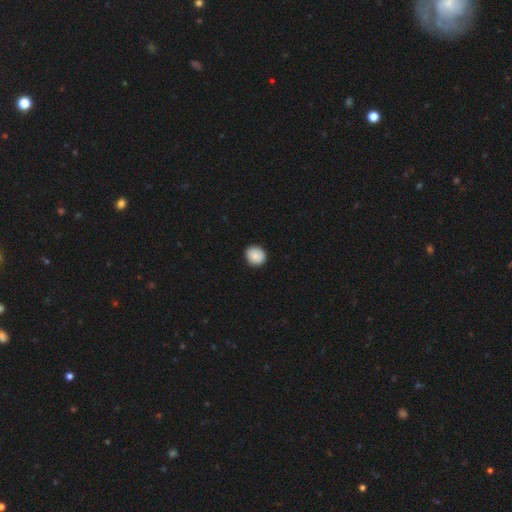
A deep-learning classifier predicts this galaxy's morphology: A smooth galaxy with no disk features (87%) that is round (83%).

Vote fractions:
- Smooth or featured? smooth: 87% / star or artifact: 7% / featured or disk: 6%
- How rounded? round: 83% / in between: 16% / cigar-shaped: 1%
- Merging? none: 89% / minor disturbance: 9% / major disturbance: 2% / merger: 1%